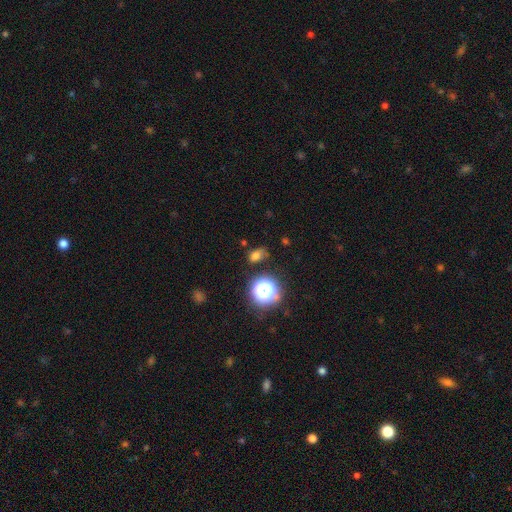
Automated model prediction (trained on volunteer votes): Q: Smooth or featured?
A: smooth (69%); runner-up: star or artifact (23%)
Q: How rounded?
A: in between (68%); runner-up: round (30%)
Q: Merging?
A: none (71%); runner-up: minor disturbance (18%)